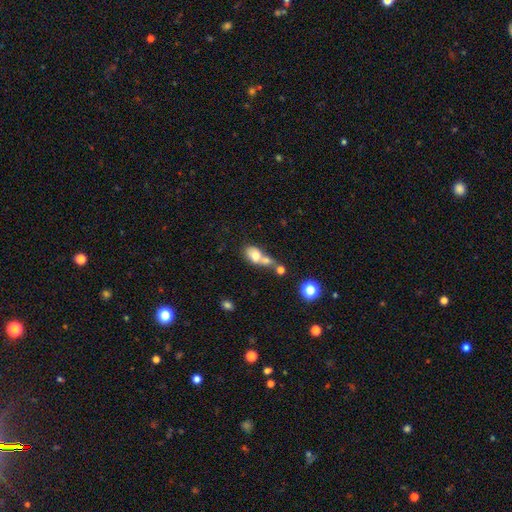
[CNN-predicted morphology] Smooth or featured?
  - smooth: 68% *
  - featured or disk: 22%
  - star or artifact: 10%
How rounded?
  - in between: 66% *
  - round: 31%
  - cigar-shaped: 4%
Merging?
  - merger: 67% *
  - none: 19%
  - minor disturbance: 8%
  - major disturbance: 6%